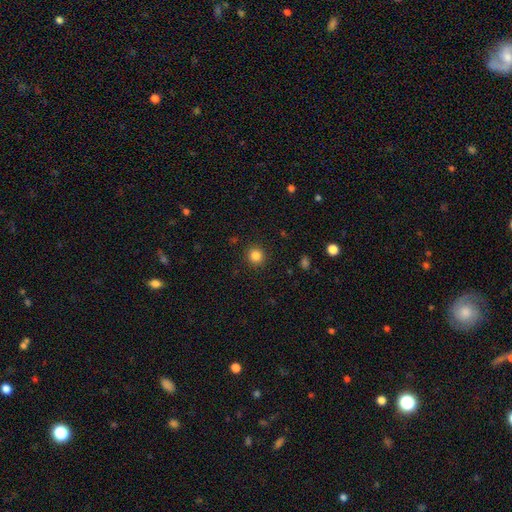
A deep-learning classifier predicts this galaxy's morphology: smooth_or_featured: smooth (p=0.84) [alt: star or artifact p=0.12]
how_rounded: round (p=0.92) [alt: in between p=0.07]
merging: none (p=0.91) [alt: minor disturbance p=0.06]